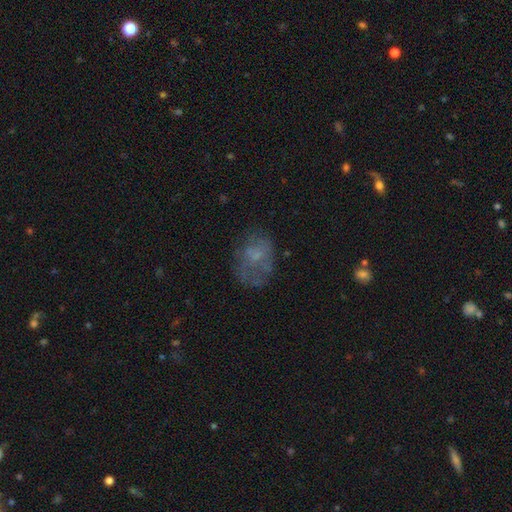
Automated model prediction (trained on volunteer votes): smooth 48%, featured or disk 37%, star or artifact 15%. Down the decision tree: merging — none (50%).